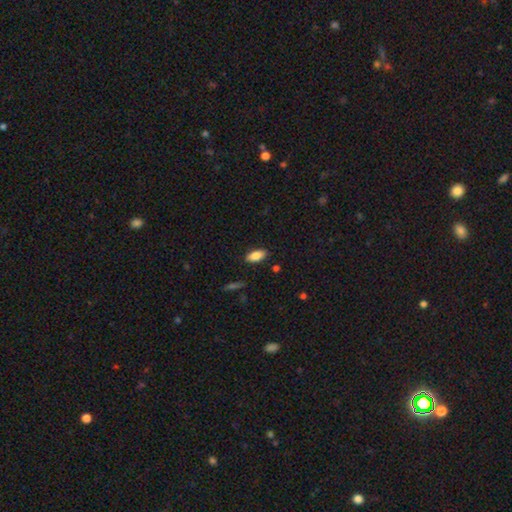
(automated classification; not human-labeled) smooth-or-featured: smooth: 85% | featured or disk: 8% | star or artifact: 7%
  how-rounded: in between: 89% | cigar-shaped: 9% | round: 2%
  merging: none: 86% | minor disturbance: 10% | major disturbance: 2% | merger: 1%